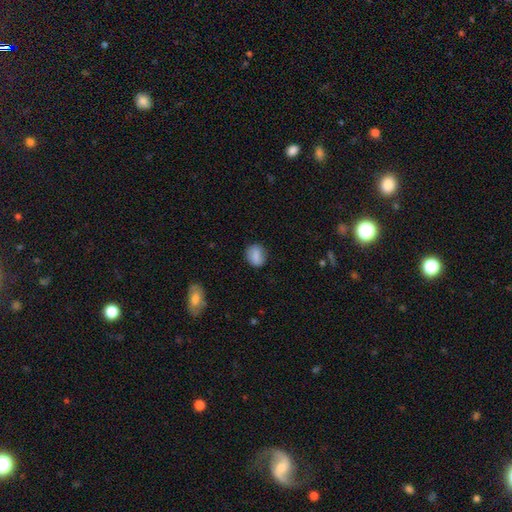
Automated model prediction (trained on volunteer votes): A smooth galaxy with no disk features (82%) that is round (56%).

Vote fractions:
- Smooth or featured? smooth: 82% / featured or disk: 10% / star or artifact: 8%
- How rounded? round: 56% / in between: 42% / cigar-shaped: 2%
- Merging? none: 82% / minor disturbance: 13% / major disturbance: 3% / merger: 1%